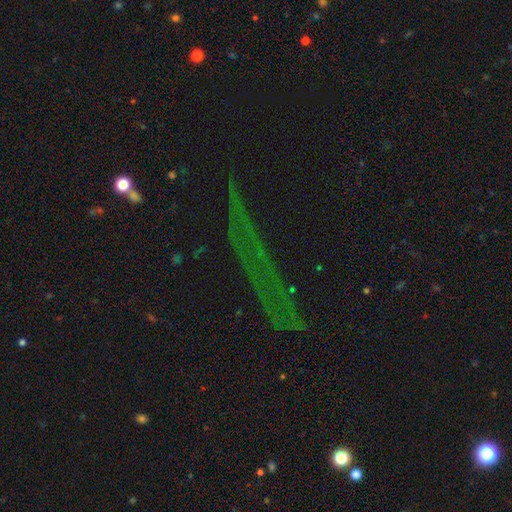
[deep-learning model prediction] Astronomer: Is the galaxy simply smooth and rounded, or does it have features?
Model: star or artifact — 74%.